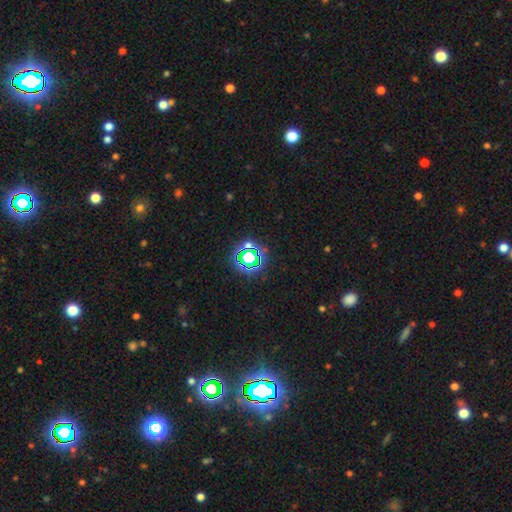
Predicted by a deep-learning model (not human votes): This is likely a star or artifact rather than a galaxy (69%).